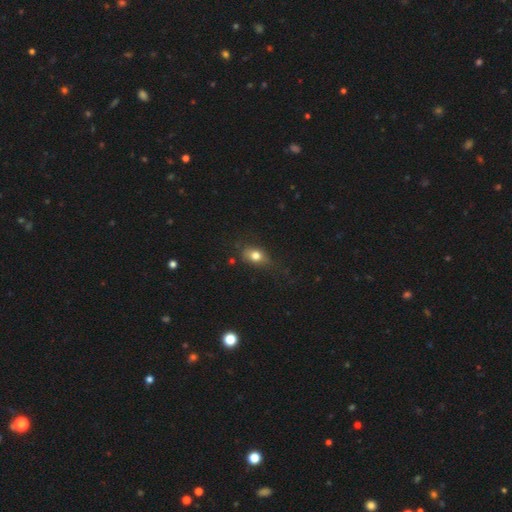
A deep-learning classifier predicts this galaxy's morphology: Q: Smooth or featured?
A: smooth (74%); runner-up: featured or disk (16%)
Q: How rounded?
A: in between (71%); runner-up: round (23%)
Q: Merging?
A: none (66%); runner-up: minor disturbance (23%)